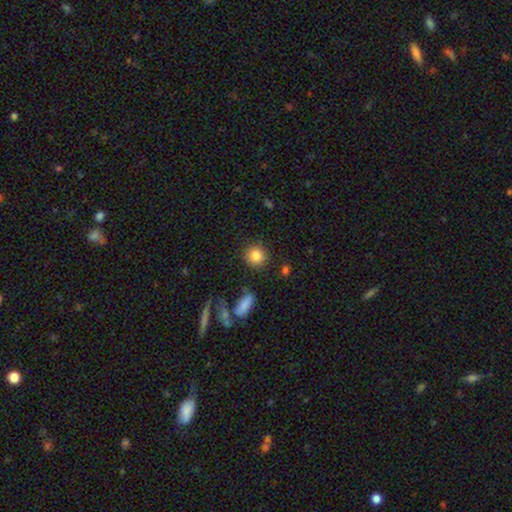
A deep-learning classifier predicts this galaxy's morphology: Smooth or featured?
  - smooth: 84% *
  - star or artifact: 10%
  - featured or disk: 6%
How rounded?
  - round: 89% *
  - in between: 10%
  - cigar-shaped: 1%
Merging?
  - none: 87% *
  - minor disturbance: 8%
  - major disturbance: 3%
  - merger: 3%